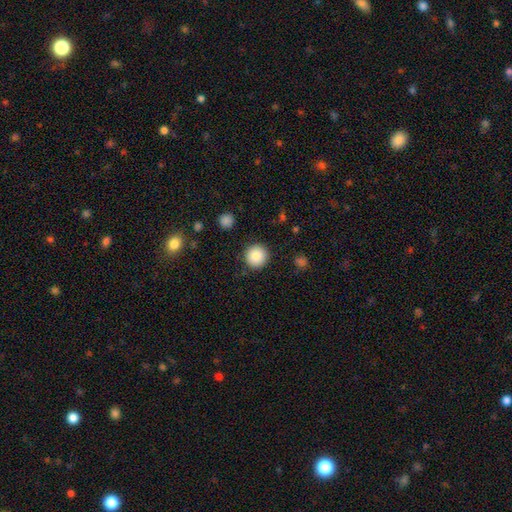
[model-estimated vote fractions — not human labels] A smooth galaxy with no disk features (85%) that is round (95%).

Vote fractions:
- Smooth or featured? smooth: 85% / star or artifact: 9% / featured or disk: 6%
- How rounded? round: 95% / in between: 4% / cigar-shaped: 1%
- Merging? none: 90% / minor disturbance: 6% / major disturbance: 2% / merger: 1%